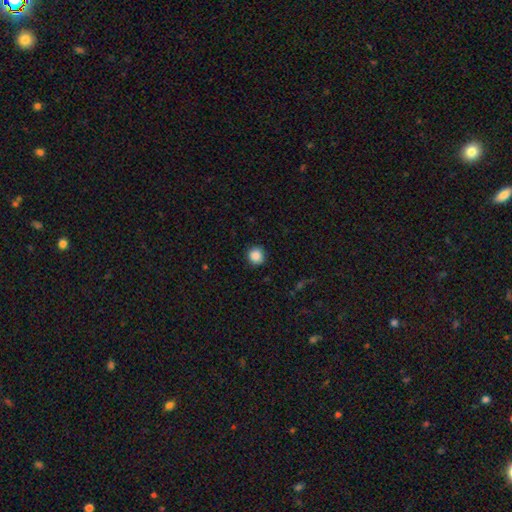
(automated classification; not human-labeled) smooth_or_featured: smooth (p=0.88) [alt: star or artifact p=0.09]
how_rounded: round (p=0.92) [alt: in between p=0.07]
merging: none (p=0.90) [alt: minor disturbance p=0.07]